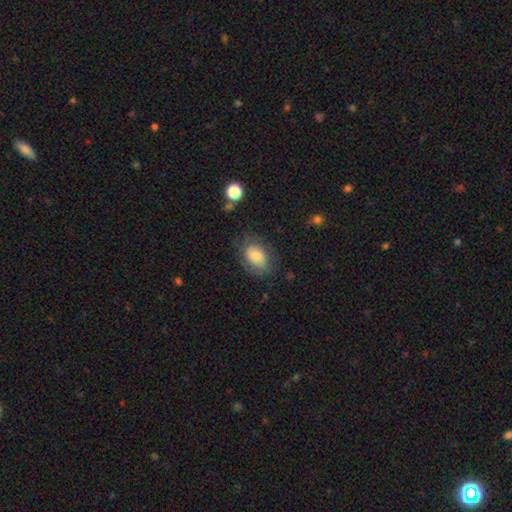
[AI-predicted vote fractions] Q: Smooth or featured?
A: smooth (71%); runner-up: featured or disk (21%)
Q: How rounded?
A: in between (82%); runner-up: round (17%)
Q: Merging?
A: none (67%); runner-up: minor disturbance (21%)